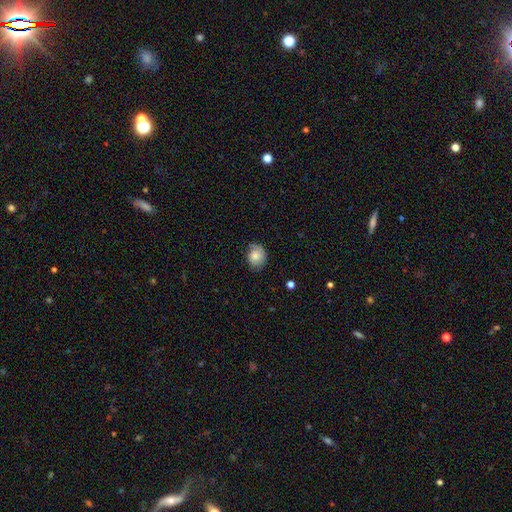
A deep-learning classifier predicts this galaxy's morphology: Smooth or featured: smooth — 77% (featured or disk — 15%)
How rounded: round — 57% (in between — 42%)
Merging: none — 65% (minor disturbance — 27%)